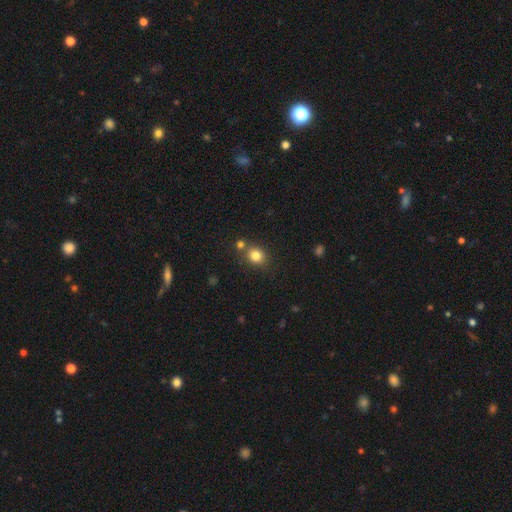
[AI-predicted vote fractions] Smooth or featured?
  - smooth: 82% *
  - star or artifact: 12%
  - featured or disk: 7%
How rounded?
  - round: 73% *
  - in between: 26%
  - cigar-shaped: 1%
Merging?
  - none: 67% *
  - merger: 19%
  - minor disturbance: 10%
  - major disturbance: 3%